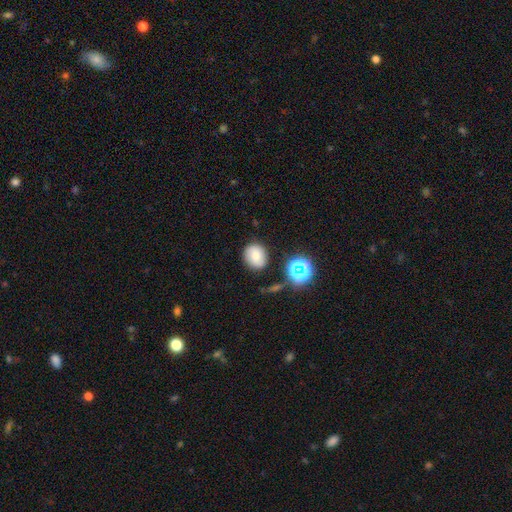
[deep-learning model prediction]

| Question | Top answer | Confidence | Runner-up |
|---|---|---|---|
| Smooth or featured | smooth | 71% | featured or disk (15%) |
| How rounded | round | 69% | in between (30%) |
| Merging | none | 81% | minor disturbance (12%) |